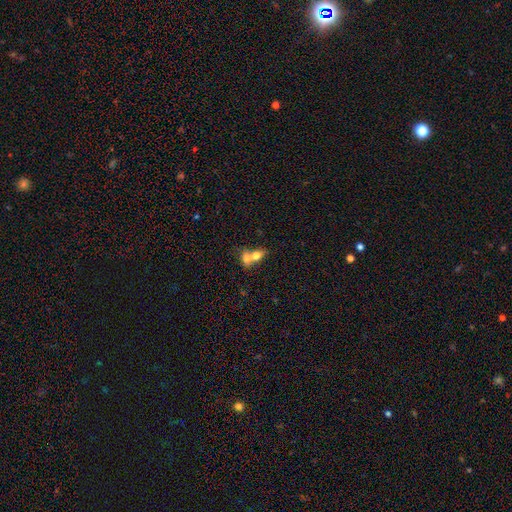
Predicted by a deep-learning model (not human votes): Q: Smooth or featured?
A: smooth (71%); runner-up: featured or disk (20%)
Q: How rounded?
A: in between (63%); runner-up: round (33%)
Q: Merging?
A: merger (74%); runner-up: none (17%)